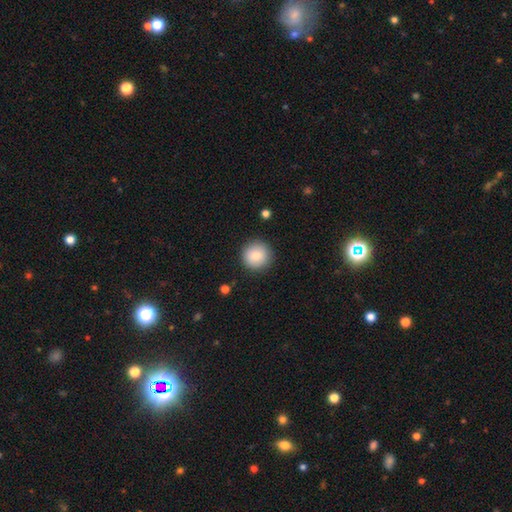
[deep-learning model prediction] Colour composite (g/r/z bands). It shows a smooth galaxy with no disk features (83%) that is round (96%). Merging: none (91%).